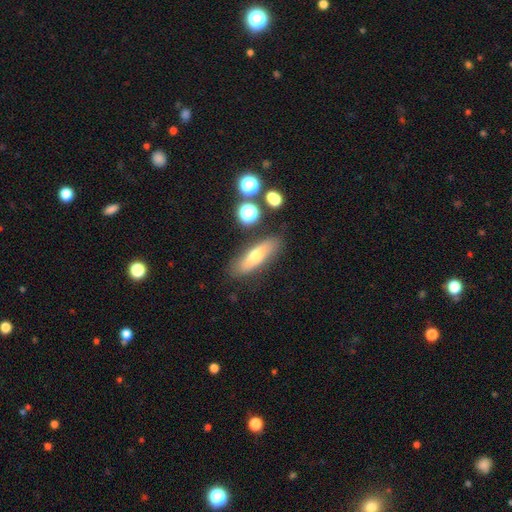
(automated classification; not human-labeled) Smooth or featured?
  - smooth: 60% *
  - featured or disk: 32%
  - star or artifact: 8%
How rounded?
  - cigar-shaped: 58% *
  - in between: 39%
  - round: 3%
Merging?
  - none: 80% *
  - minor disturbance: 12%
  - major disturbance: 4%
  - merger: 3%